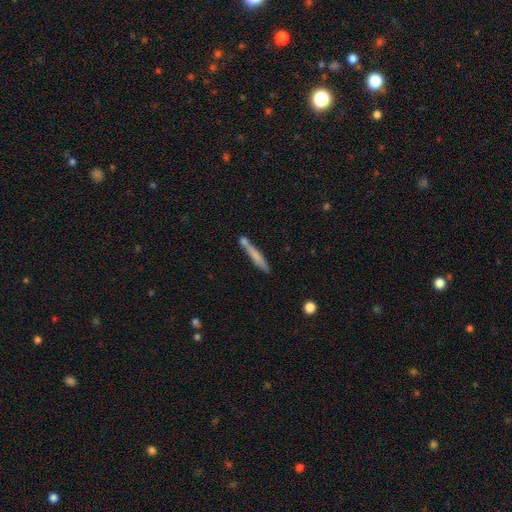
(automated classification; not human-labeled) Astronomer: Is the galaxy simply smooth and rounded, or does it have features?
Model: smooth — 62%.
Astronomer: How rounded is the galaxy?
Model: cigar-shaped — 94%.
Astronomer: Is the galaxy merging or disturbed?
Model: none — 64%.